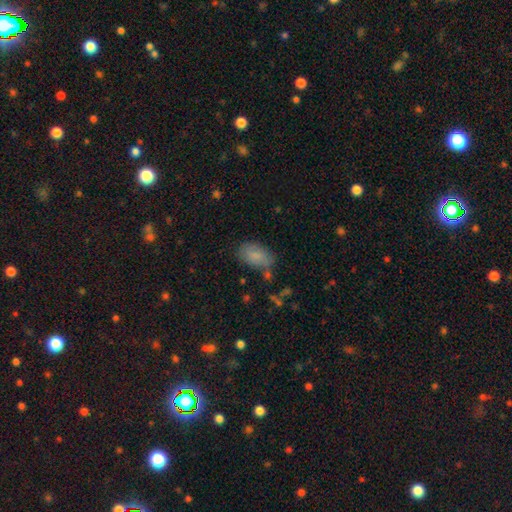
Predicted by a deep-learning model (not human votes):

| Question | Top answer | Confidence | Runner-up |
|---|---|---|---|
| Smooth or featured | smooth | 81% | featured or disk (11%) |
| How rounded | in between | 92% | round (6%) |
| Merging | none | 66% | minor disturbance (22%) |